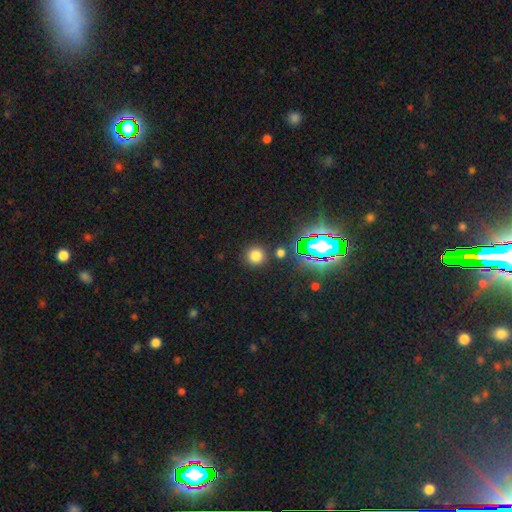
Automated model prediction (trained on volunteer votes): Q: Smooth or featured?
A: smooth (72%); runner-up: star or artifact (22%)
Q: How rounded?
A: round (93%); runner-up: in between (6%)
Q: Merging?
A: none (87%); runner-up: minor disturbance (6%)